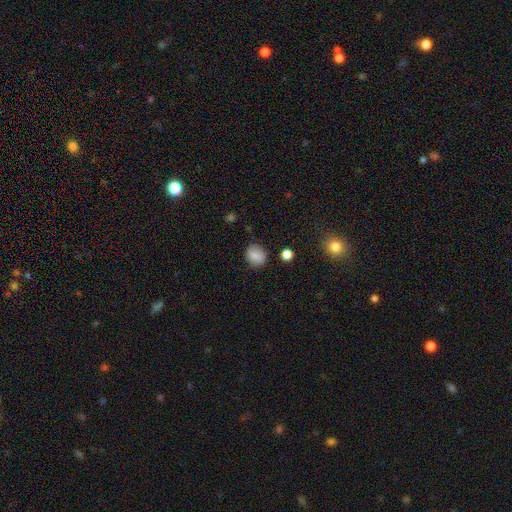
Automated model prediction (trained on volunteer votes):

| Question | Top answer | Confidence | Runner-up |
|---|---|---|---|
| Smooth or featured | smooth | 80% | featured or disk (10%) |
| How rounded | round | 69% | in between (30%) |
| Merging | none | 82% | minor disturbance (13%) |